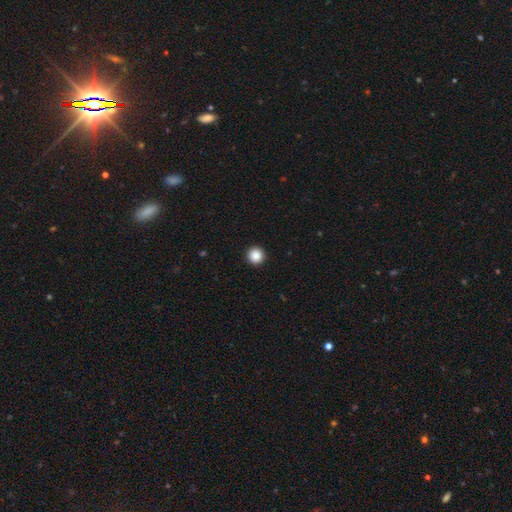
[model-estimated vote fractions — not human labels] A smooth galaxy with no disk features (87%) that is round (96%). Merging: none (94%).